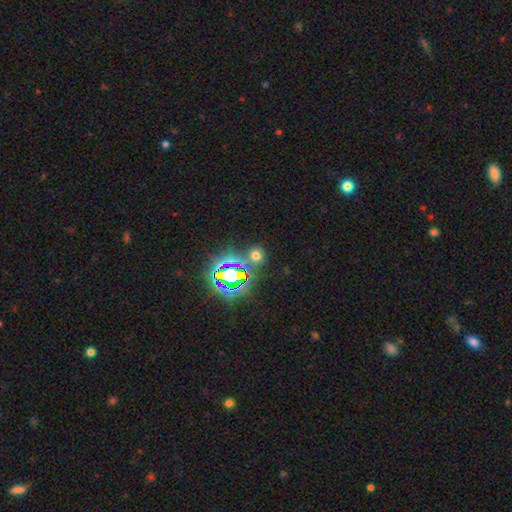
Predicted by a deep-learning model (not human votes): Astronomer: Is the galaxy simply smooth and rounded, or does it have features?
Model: smooth — 53% (runner-up: star or artifact, 39%).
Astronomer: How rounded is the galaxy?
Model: round — 80%.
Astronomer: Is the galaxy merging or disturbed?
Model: none — 78%.